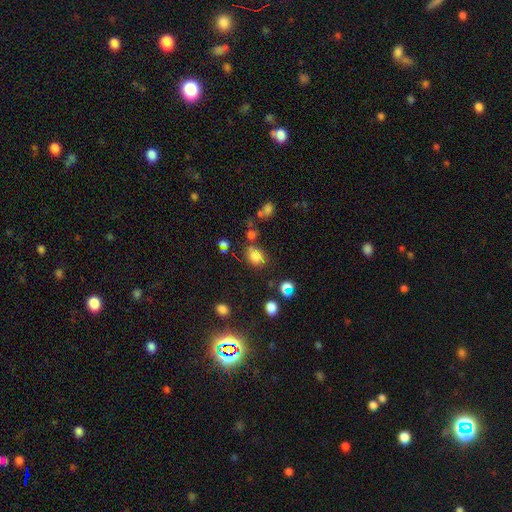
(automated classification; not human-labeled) Smooth or featured?
  - smooth: 72% *
  - star or artifact: 19%
  - featured or disk: 9%
How rounded?
  - in between: 56% *
  - round: 43%
  - cigar-shaped: 1%
Merging?
  - none: 59% *
  - minor disturbance: 19%
  - merger: 15%
  - major disturbance: 7%